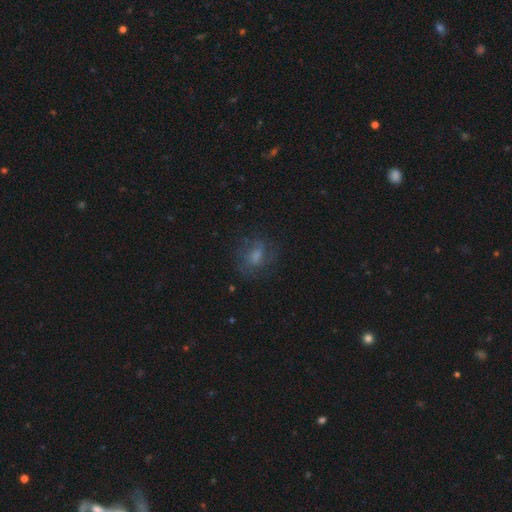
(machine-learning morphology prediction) A featured or disk galaxy (45%). Merging: none (65%).